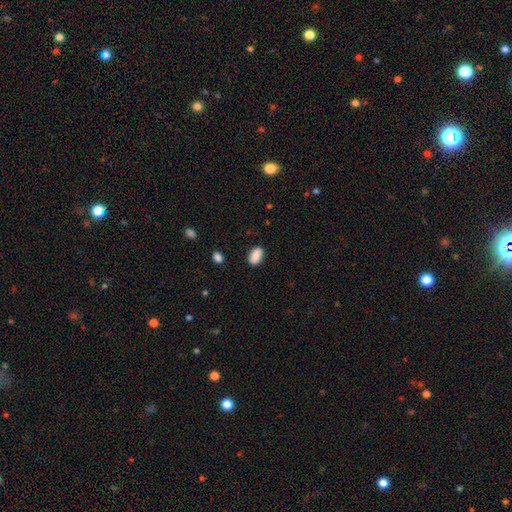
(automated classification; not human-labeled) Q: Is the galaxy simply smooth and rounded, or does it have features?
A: smooth — 88%.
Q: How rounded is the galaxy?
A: in between — 91%.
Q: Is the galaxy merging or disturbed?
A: none — 85%.